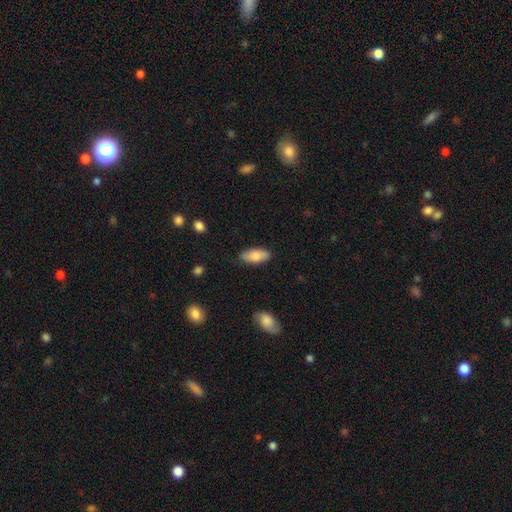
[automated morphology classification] The model was most divided on "smooth or featured": smooth: 83%, featured or disk: 11%, star or artifact: 6%. More confident: how rounded — in between (86%); merging — none (85%).